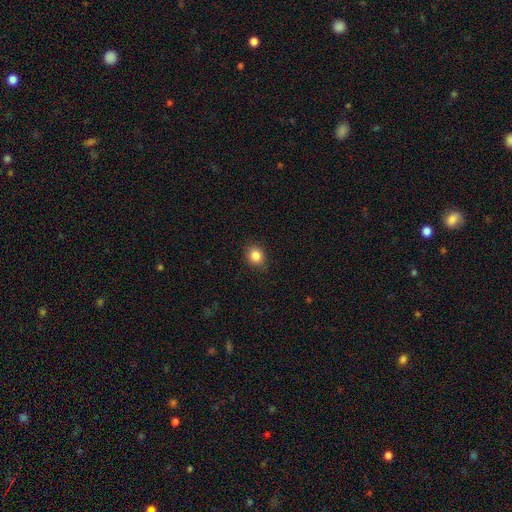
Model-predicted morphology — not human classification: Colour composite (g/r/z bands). It shows a smooth galaxy with no disk features (85%) that is round (64%). Merging: none (88%).